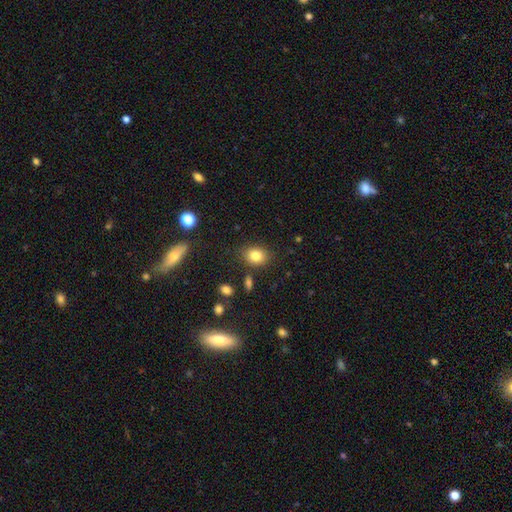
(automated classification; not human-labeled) A smooth galaxy with no disk features (82%) that is in between round and cigar-shaped (54%).

Vote fractions:
- Smooth or featured? smooth: 82% / star or artifact: 11% / featured or disk: 8%
- How rounded? in between: 54% / round: 45% / cigar-shaped: 1%
- Merging? none: 83% / minor disturbance: 11% / merger: 3% / major disturbance: 3%